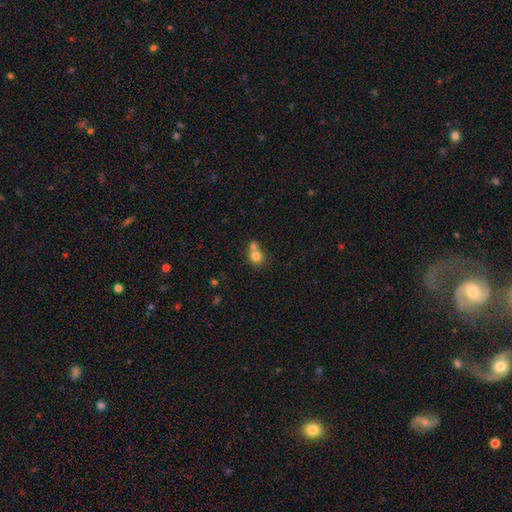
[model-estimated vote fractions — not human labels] Overall: smooth (78%). How rounded: round (76%). Merging: merger (49%; none 39%).